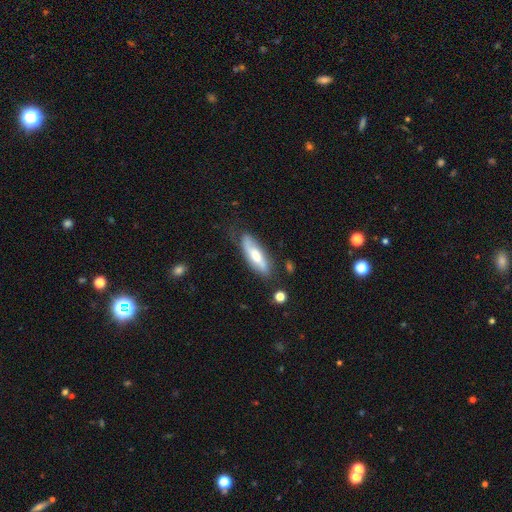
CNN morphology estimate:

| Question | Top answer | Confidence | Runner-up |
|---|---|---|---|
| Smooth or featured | smooth | 57% | featured or disk (37%) |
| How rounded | in between | 52% | cigar-shaped (46%) |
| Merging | none | 66% | minor disturbance (23%) |